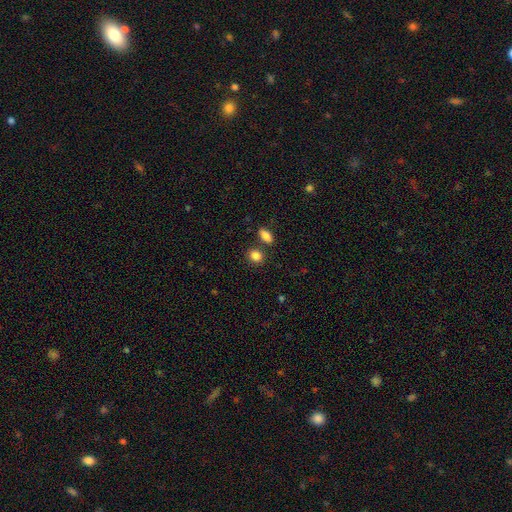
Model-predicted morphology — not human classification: Smooth or featured: smooth — 86% (star or artifact — 10%)
How rounded: round — 54% (in between — 44%)
Merging: none — 74% (merger — 14%)